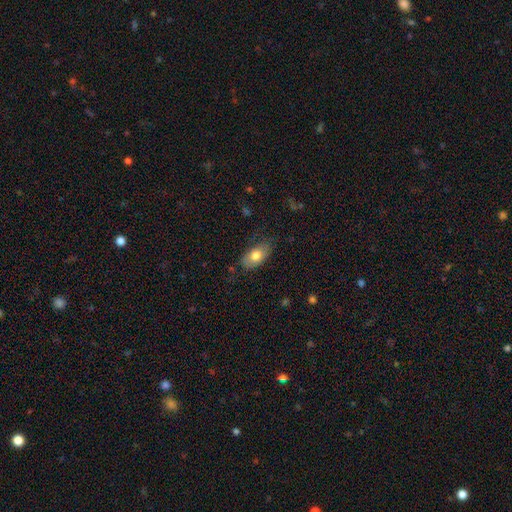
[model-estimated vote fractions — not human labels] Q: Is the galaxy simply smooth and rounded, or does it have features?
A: smooth — 75%.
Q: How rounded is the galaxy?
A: in between — 91%.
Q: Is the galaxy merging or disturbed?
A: none — 70%.